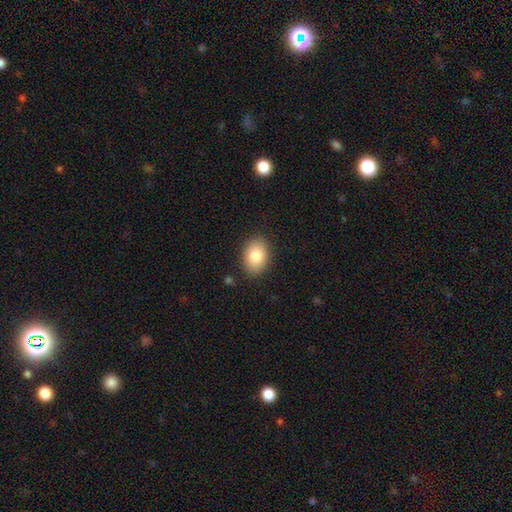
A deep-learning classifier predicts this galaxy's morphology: A smooth galaxy with no disk features (84%) that is in between round and cigar-shaped (78%).

Vote fractions:
- Smooth or featured? smooth: 84% / featured or disk: 9% / star or artifact: 7%
- How rounded? in between: 78% / round: 21% / cigar-shaped: 1%
- Merging? none: 87% / minor disturbance: 9% / major disturbance: 2% / merger: 1%